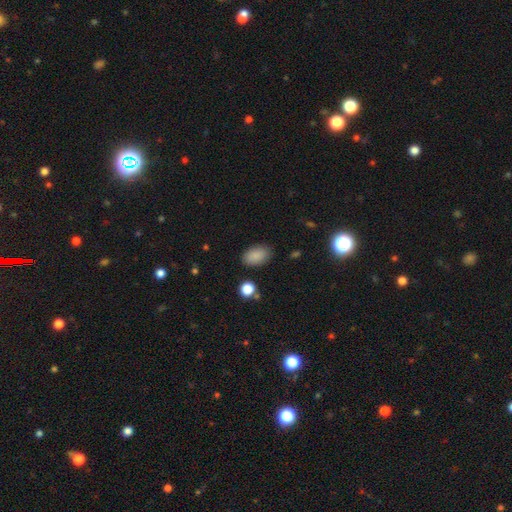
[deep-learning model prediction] Smooth or featured?
  - smooth: 87% *
  - star or artifact: 9%
  - featured or disk: 4%
How rounded?
  - in between: 91% *
  - round: 8%
  - cigar-shaped: 2%
Merging?
  - none: 84% *
  - minor disturbance: 11%
  - major disturbance: 3%
  - merger: 2%